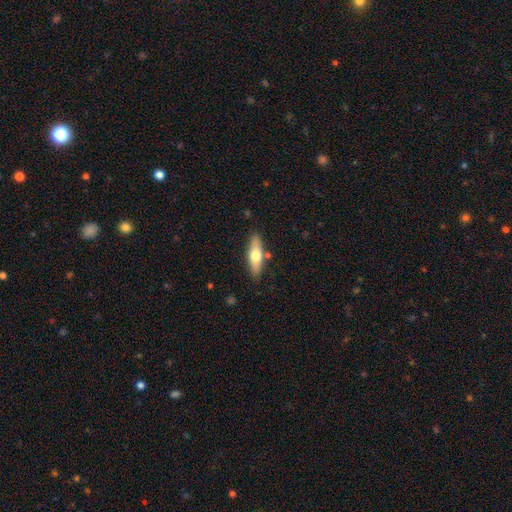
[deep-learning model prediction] smooth-or-featured: smooth: 60% | featured or disk: 34% | star or artifact: 6%
  how-rounded: cigar-shaped: 50% | in between: 48% | round: 3%
  merging: none: 83% | minor disturbance: 11% | merger: 4% | major disturbance: 2%